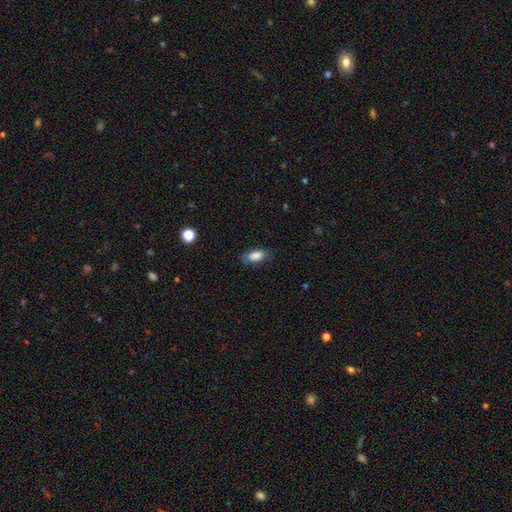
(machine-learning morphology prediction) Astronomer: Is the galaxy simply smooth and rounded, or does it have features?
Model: smooth — 85%.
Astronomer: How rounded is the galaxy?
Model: in between — 89%.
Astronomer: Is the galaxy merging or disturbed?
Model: none — 76%.